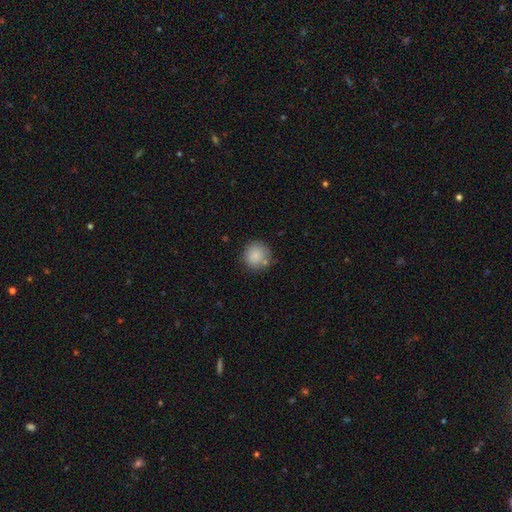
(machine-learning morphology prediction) Q: Smooth or featured?
A: smooth (86%); runner-up: star or artifact (8%)
Q: How rounded?
A: round (93%); runner-up: in between (7%)
Q: Merging?
A: none (75%); runner-up: minor disturbance (14%)